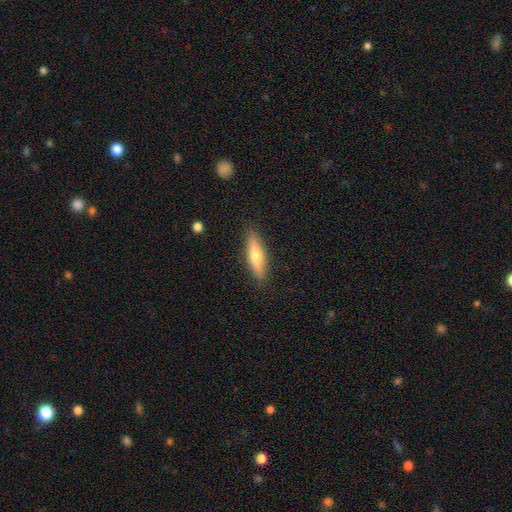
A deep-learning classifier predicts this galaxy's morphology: smooth 51%, featured or disk 42%, star or artifact 6%. Down the decision tree: how rounded — cigar-shaped (71%); merging — none (88%).